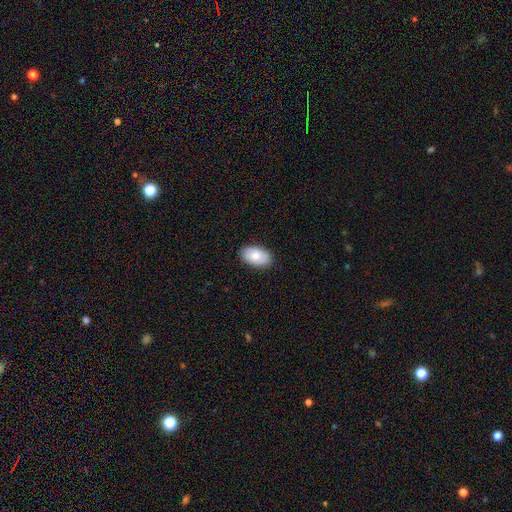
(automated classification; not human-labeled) A smooth galaxy with no disk features (79%) that is in between round and cigar-shaped (93%). Merging: none (87%).